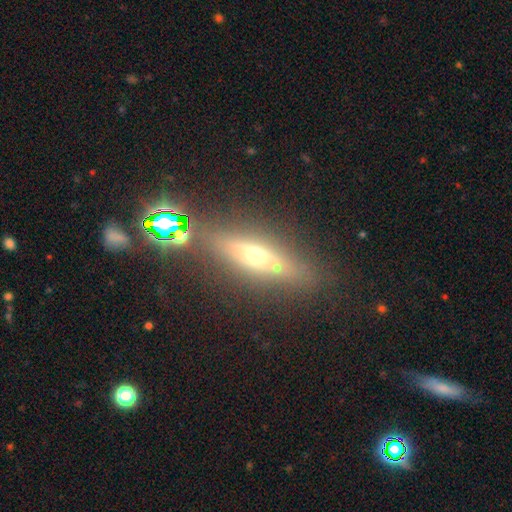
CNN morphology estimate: Smooth or featured?
  - featured or disk: 61% *
  - smooth: 24%
  - star or artifact: 15%
Edge-on disk?
  - yes: 88% *
  - no: 12%
Edge-on bulge?
  - rounded: 90% *
  - none: 6%
  - boxy: 4%
Merging?
  - none: 81% *
  - minor disturbance: 11%
  - merger: 4%
  - major disturbance: 4%